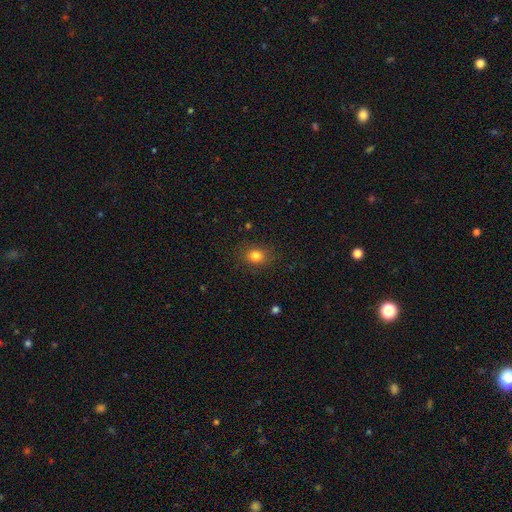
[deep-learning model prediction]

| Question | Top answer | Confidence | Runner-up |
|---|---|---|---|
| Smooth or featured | smooth | 82% | star or artifact (12%) |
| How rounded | round | 59% | in between (40%) |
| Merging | none | 86% | minor disturbance (10%) |